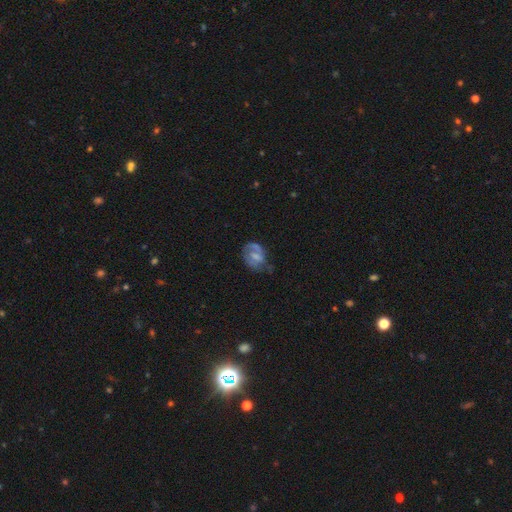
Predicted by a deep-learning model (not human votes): Smooth or featured? featured or disk (59%)
Edge-on disk? no (97%)
Bar? weak (48%)
Spiral arms? yes (73%)
Bulge size? small (32%)
Merging? none (45%)